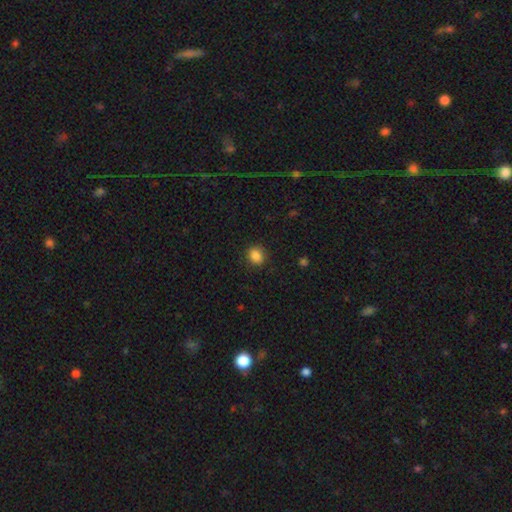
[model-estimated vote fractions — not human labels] Overall: smooth (86%). How rounded: round (67%; in between 32%). Merging: none (87%).